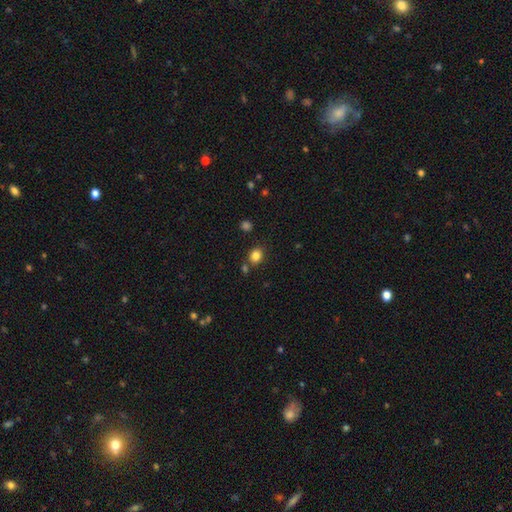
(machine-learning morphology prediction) Overall: smooth (83%). How rounded: round (58%; in between 41%). Merging: none (77%).